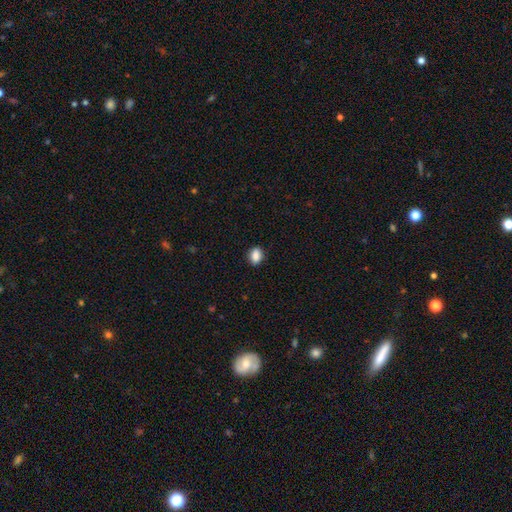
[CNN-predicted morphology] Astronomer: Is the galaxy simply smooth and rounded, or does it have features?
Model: smooth — 88%.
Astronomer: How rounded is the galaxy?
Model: in between — 71%.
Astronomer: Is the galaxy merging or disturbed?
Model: none — 88%.